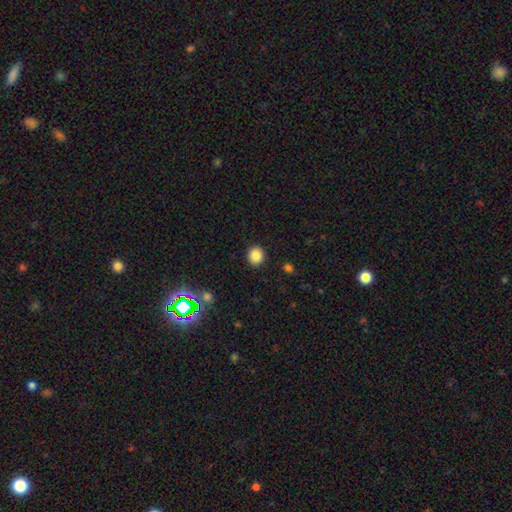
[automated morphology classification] A smooth galaxy with no disk features (85%) that is round (81%).

Vote fractions:
- Smooth or featured? smooth: 85% / star or artifact: 11% / featured or disk: 4%
- How rounded? round: 81% / in between: 18% / cigar-shaped: 1%
- Merging? none: 91% / minor disturbance: 6% / major disturbance: 2% / merger: 1%